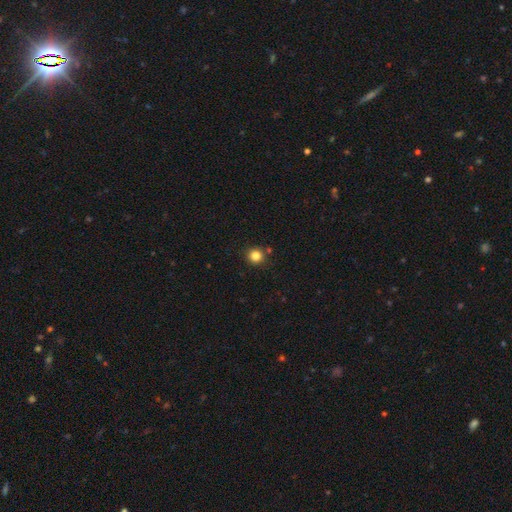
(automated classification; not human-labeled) This appears to be a smooth galaxy with no disk features (83%) that is round (92%). Merging: none (86%).